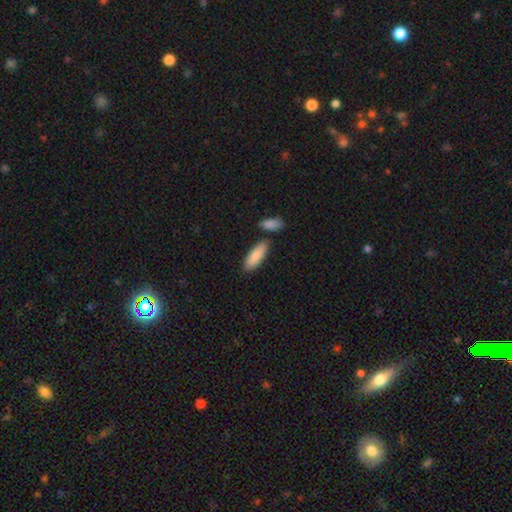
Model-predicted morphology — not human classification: type=smooth (87%); roundness=in between (68%); merging=none (77%).